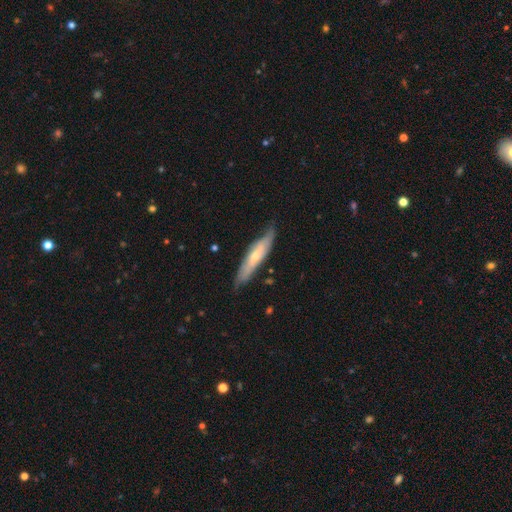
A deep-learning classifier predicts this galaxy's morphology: Overall: featured or disk (54%; smooth 41%). Edge-on disk: yes (64%; no 36%). Merging: none (75%).